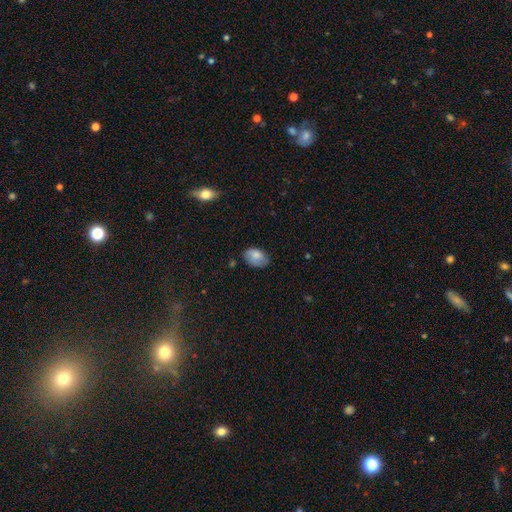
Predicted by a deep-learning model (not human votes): A smooth galaxy with no disk features (72%) that is in between round and cigar-shaped (82%). Merging: none (63%).